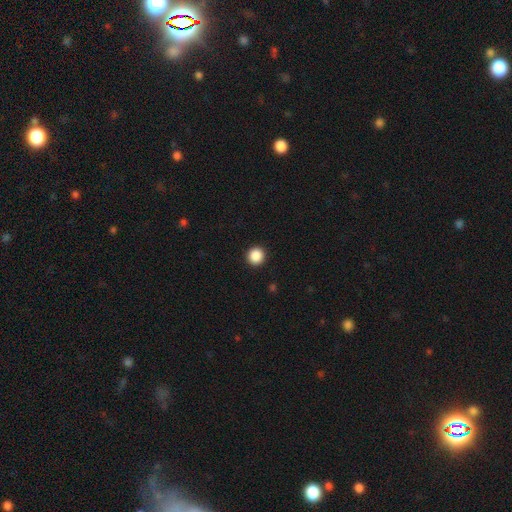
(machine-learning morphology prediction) Q: Smooth or featured?
A: smooth (88%); runner-up: star or artifact (10%)
Q: How rounded?
A: round (96%); runner-up: in between (3%)
Q: Merging?
A: none (94%); runner-up: minor disturbance (4%)